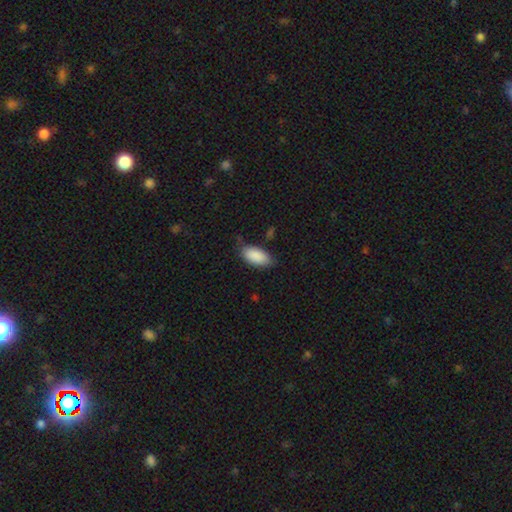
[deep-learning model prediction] Smooth or featured? Predicted: smooth (p=0.89). How rounded? Predicted: in between (p=0.93). Merging? Predicted: none (p=0.71).